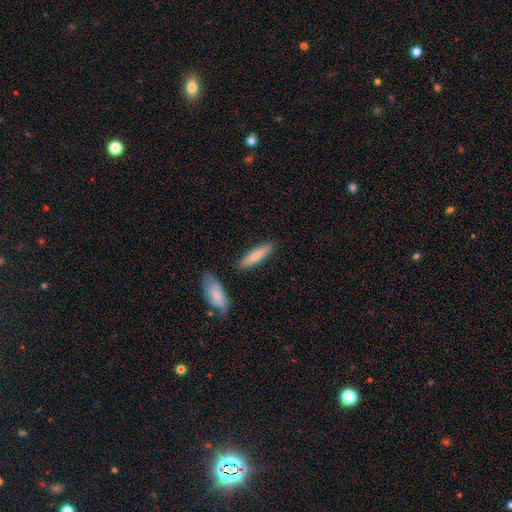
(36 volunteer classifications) smooth-or-featured: smooth: 86% | featured or disk: 14% | star or artifact: 0%
  how-rounded: cigar-shaped: 81% | in between: 19% | round: 0%
  merging: none: 83% | minor disturbance: 11% | merger: 6% | major disturbance: 0%